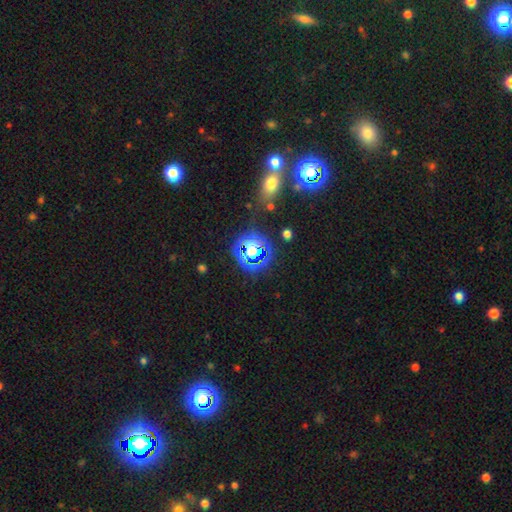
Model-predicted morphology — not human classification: Overall: star or artifact (61%; smooth 28%).